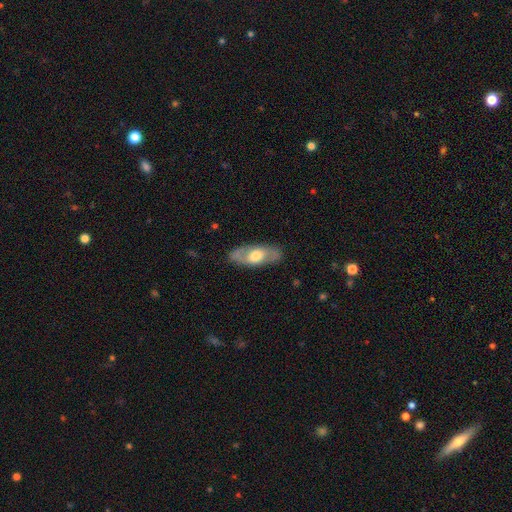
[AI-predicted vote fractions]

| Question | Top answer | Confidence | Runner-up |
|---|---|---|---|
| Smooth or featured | featured or disk | 54% | smooth (41%) |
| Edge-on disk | no | 77% | yes (23%) |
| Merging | none | 82% | minor disturbance (13%) |